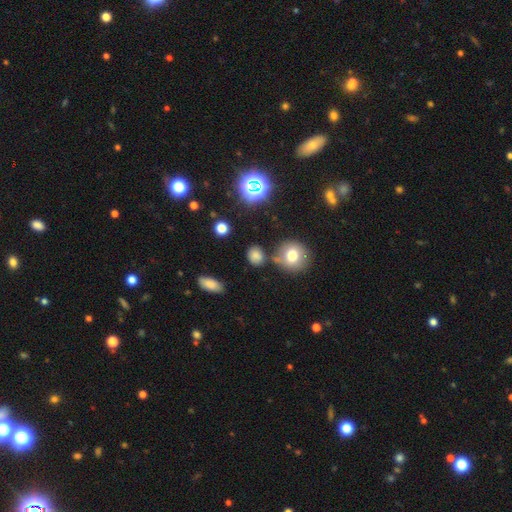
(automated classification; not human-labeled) Overall: smooth (73%). How rounded: round (62%; in between 36%). Merging: none (70%).